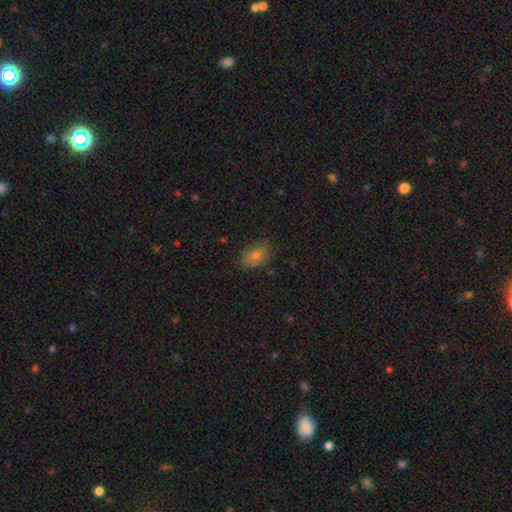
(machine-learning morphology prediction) smooth_or_featured: smooth (p=0.79) [alt: featured or disk p=0.13]
how_rounded: in between (p=0.84) [alt: round p=0.14]
merging: none (p=0.75) [alt: minor disturbance p=0.19]